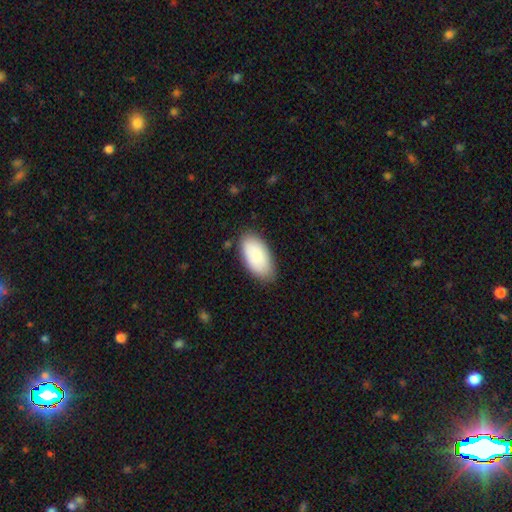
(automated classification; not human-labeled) smooth_or_featured: smooth (p=0.87) [alt: featured or disk p=0.08]
how_rounded: in between (p=0.95) [alt: cigar-shaped p=0.03]
merging: none (p=0.81) [alt: minor disturbance p=0.14]